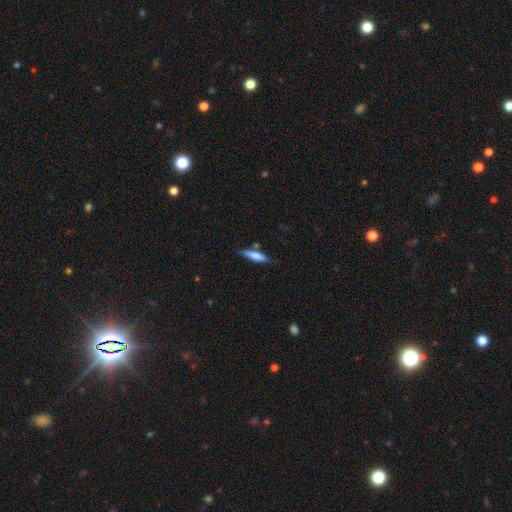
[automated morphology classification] A smooth galaxy with no disk features (74%) that is cigar-shaped (74%).

Vote fractions:
- Smooth or featured? smooth: 74% / featured or disk: 20% / star or artifact: 6%
- How rounded? cigar-shaped: 74% / in between: 25% / round: 2%
- Merging? none: 73% / minor disturbance: 17% / merger: 6% / major disturbance: 3%